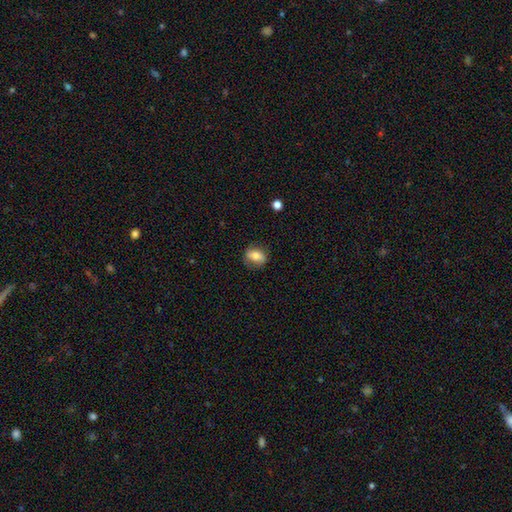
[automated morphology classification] The model was most divided on "how rounded": in between: 53%, round: 45%, cigar-shaped: 2%. More confident: merging — none (77%); smooth or featured — smooth (70%).